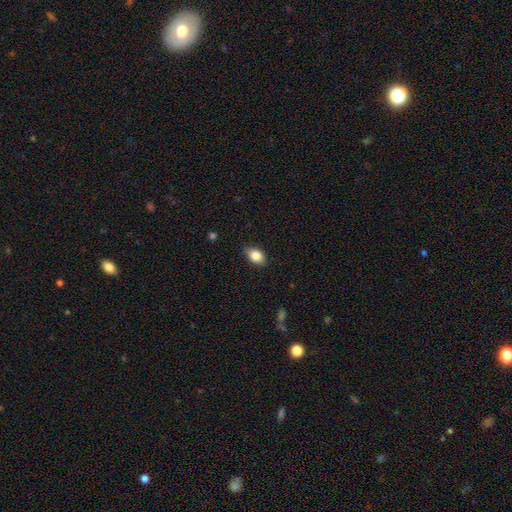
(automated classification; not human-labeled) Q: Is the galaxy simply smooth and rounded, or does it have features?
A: smooth — 83%.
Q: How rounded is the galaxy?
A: in between — 82%.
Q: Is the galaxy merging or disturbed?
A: none — 80%.